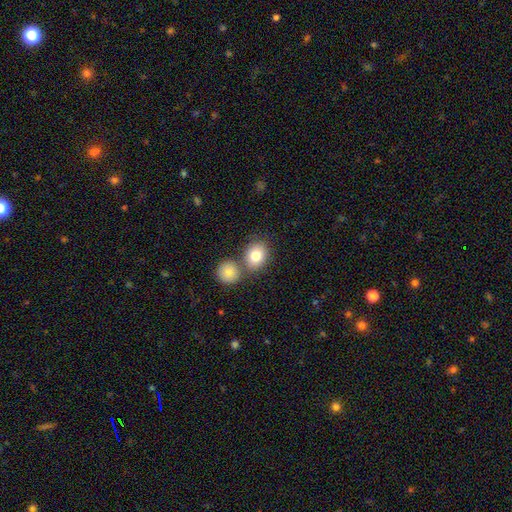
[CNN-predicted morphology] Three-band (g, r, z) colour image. It shows a smooth galaxy with no disk features (81%) that is round (59%). Merging: none (56%).